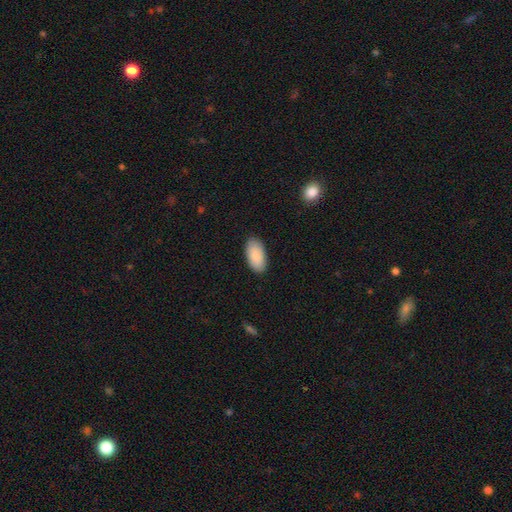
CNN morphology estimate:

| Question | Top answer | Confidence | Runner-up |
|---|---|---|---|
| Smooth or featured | smooth | 89% | star or artifact (6%) |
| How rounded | in between | 95% | cigar-shaped (3%) |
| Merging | none | 88% | minor disturbance (9%) |